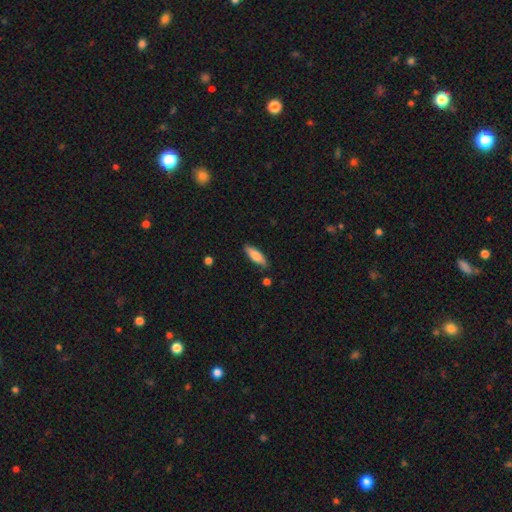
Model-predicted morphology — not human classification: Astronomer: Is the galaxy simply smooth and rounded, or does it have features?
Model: smooth — 74%.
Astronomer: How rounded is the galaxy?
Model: in between — 53% (runner-up: cigar-shaped, 45%).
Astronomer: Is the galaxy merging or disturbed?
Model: none — 83%.